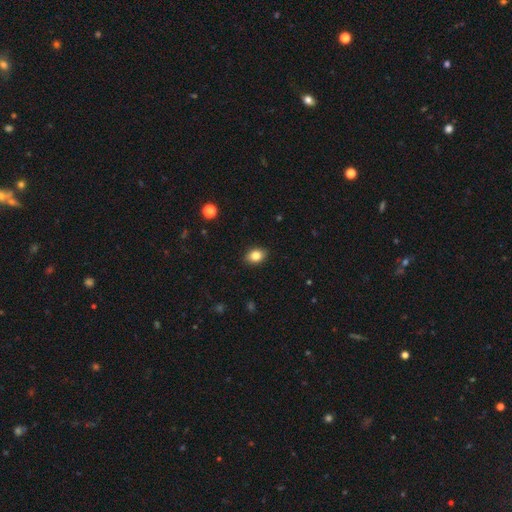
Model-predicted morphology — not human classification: Overall: smooth (84%). How rounded: in between (70%). Merging: none (89%).